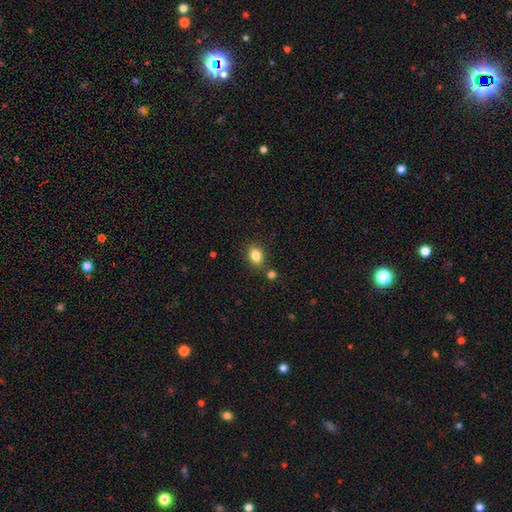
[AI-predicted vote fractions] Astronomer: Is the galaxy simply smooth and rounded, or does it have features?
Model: smooth — 84%.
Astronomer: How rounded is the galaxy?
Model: in between — 77%.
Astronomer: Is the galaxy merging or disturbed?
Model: none — 79%.